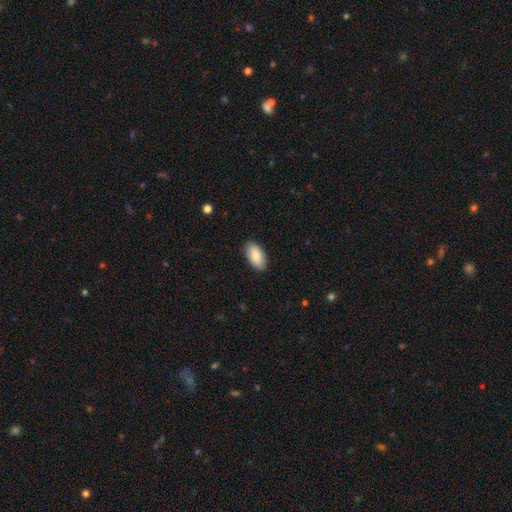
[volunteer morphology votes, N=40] Smooth or featured: smooth — 85% (star or artifact — 10%)
How rounded: in between — 91% (cigar-shaped — 9%)
Merging: none — 89% (minor disturbance — 11%)